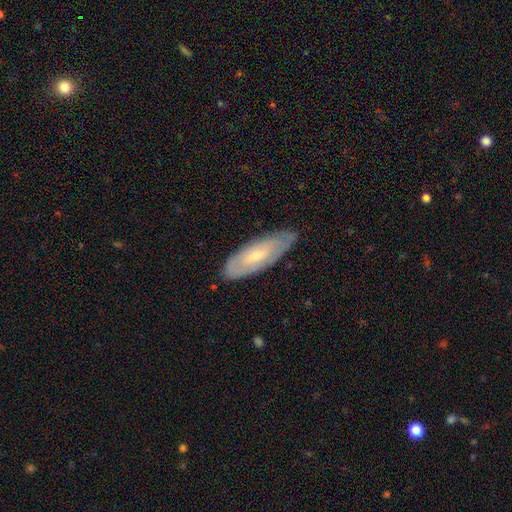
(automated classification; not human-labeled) This appears to be a featured or disk galaxy (53%). Merging: none (79%).